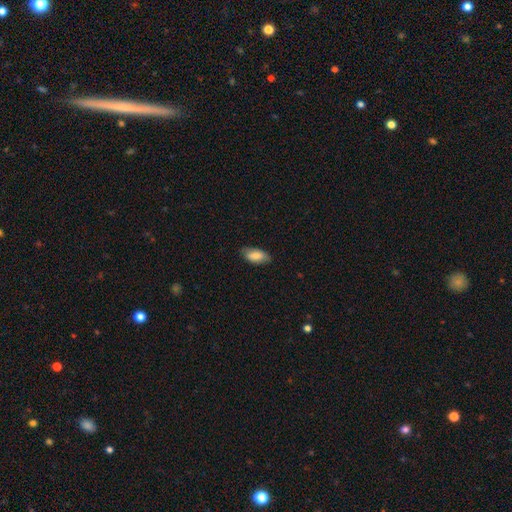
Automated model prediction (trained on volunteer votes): Smooth or featured?
  - smooth: 78% *
  - featured or disk: 15%
  - star or artifact: 7%
How rounded?
  - in between: 90% *
  - cigar-shaped: 7%
  - round: 3%
Merging?
  - none: 76% *
  - minor disturbance: 20%
  - major disturbance: 3%
  - merger: 1%